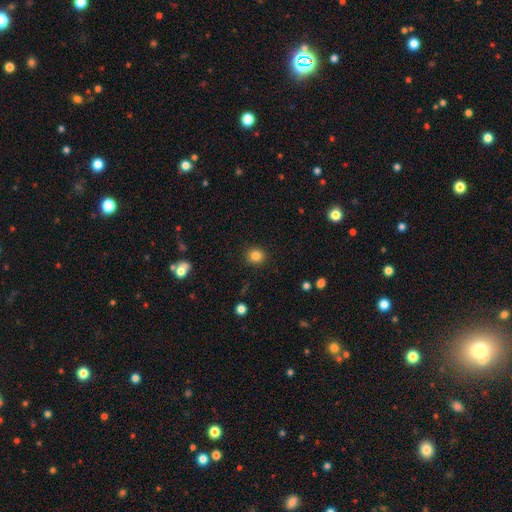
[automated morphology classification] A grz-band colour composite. It shows a smooth galaxy with no disk features (84%) that is round (85%). Merging: none (91%).